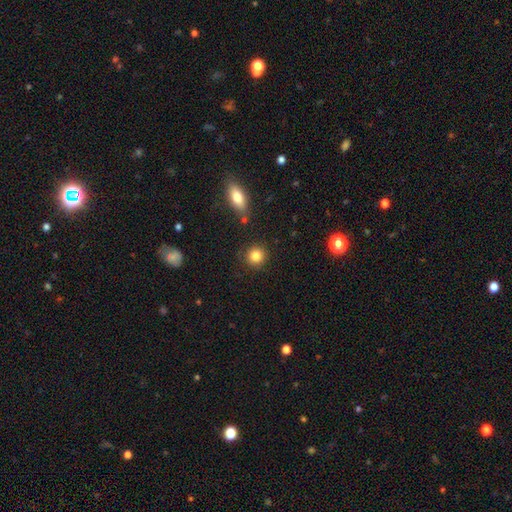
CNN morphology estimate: Smooth or featured? Predicted: smooth (p=0.84). How rounded? Predicted: round (p=0.89). Merging? Predicted: none (p=0.87).